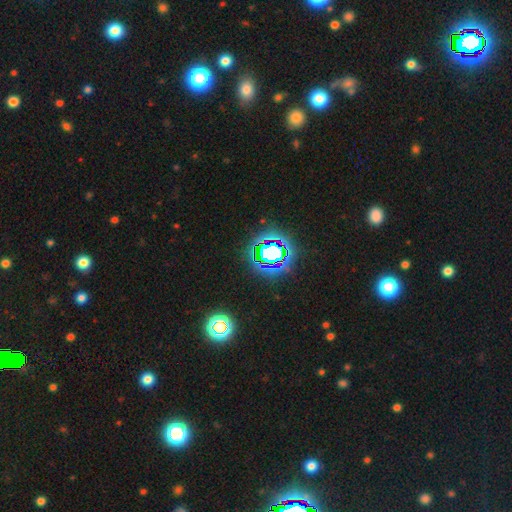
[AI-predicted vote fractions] Smooth or featured? Predicted: star or artifact (p=0.78).